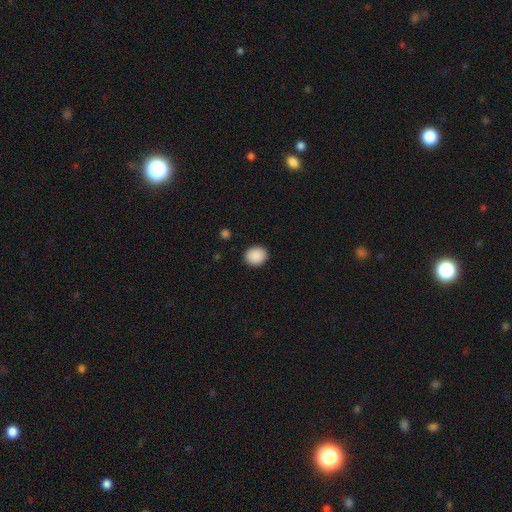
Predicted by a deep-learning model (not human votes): Smooth or featured: smooth — 90% (star or artifact — 8%)
How rounded: round — 65% (in between — 34%)
Merging: none — 90% (minor disturbance — 7%)